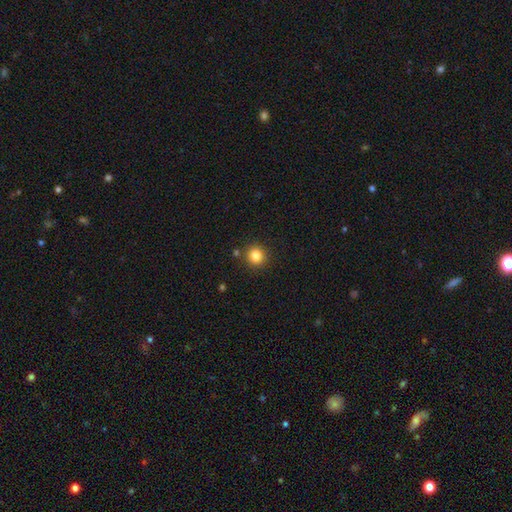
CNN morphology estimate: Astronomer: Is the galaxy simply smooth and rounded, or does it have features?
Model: smooth — 84%.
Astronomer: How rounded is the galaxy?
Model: round — 92%.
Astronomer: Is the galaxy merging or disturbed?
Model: none — 87%.